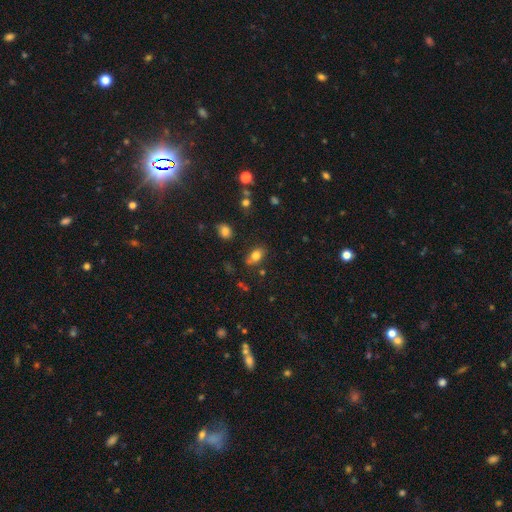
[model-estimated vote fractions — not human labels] Overall: smooth (79%). How rounded: in between (84%). Merging: none (74%).